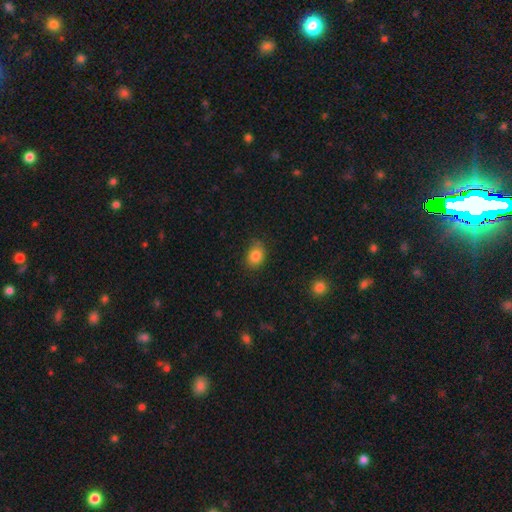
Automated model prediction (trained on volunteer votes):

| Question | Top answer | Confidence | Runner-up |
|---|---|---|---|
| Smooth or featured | smooth | 84% | star or artifact (10%) |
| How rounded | in between | 60% | round (38%) |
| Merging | none | 77% | minor disturbance (18%) |